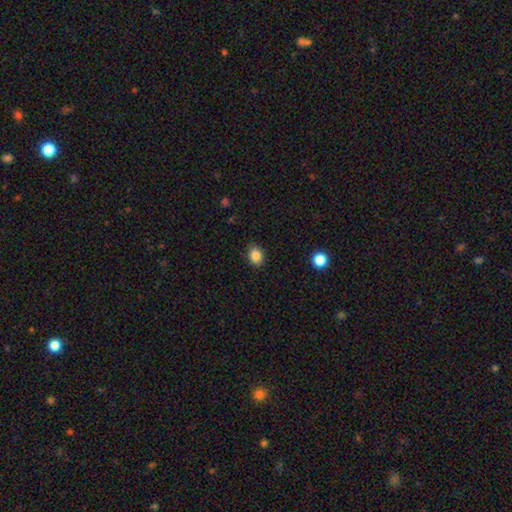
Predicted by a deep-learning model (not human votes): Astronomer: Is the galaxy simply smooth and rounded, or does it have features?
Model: smooth — 86%.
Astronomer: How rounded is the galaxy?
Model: in between — 58% (runner-up: round, 41%).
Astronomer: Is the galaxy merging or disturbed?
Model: none — 83%.